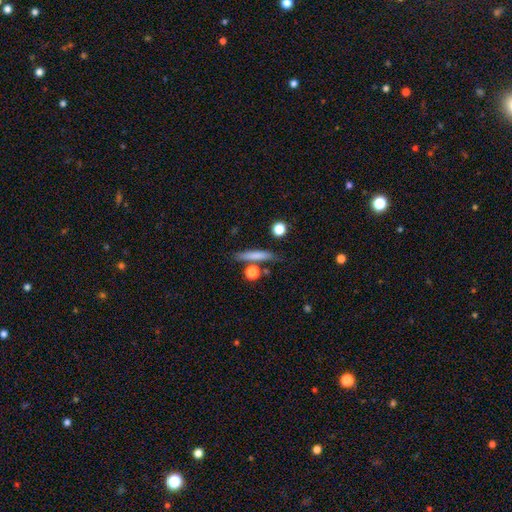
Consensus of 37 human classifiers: This appears to be a smooth galaxy with no disk features (84%) that is cigar-shaped (90%). Merging: none (69%).